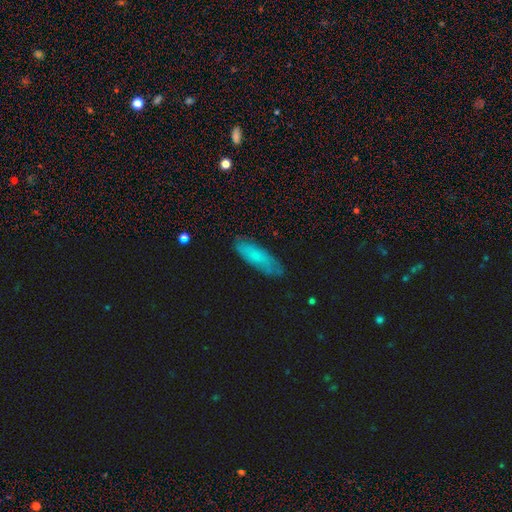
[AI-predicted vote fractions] Overall: smooth (68%). How rounded: in between (54%; cigar-shaped 44%). Merging: none (79%).